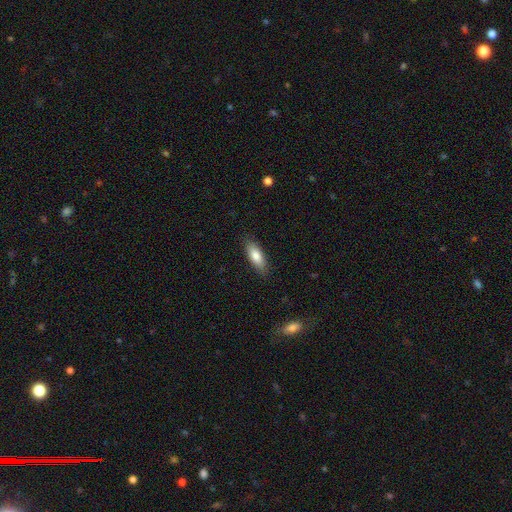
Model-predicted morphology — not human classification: The model was most divided on "how rounded": in between: 69%, cigar-shaped: 29%, round: 2%. More confident: merging — none (86%); smooth or featured — smooth (80%).